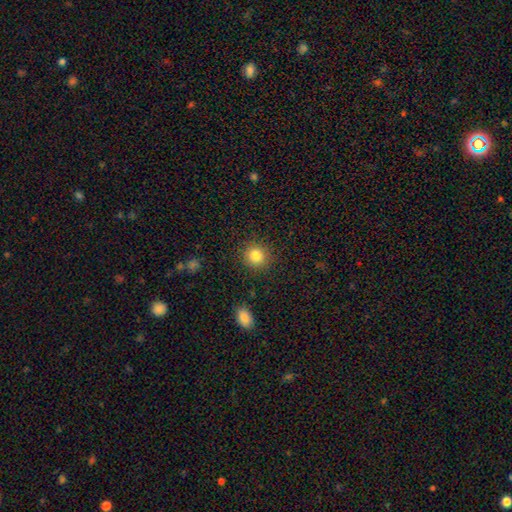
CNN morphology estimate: A smooth galaxy with no disk features (84%) that is round (91%).

Vote fractions:
- Smooth or featured? smooth: 84% / star or artifact: 11% / featured or disk: 6%
- How rounded? round: 91% / in between: 8% / cigar-shaped: 1%
- Merging? none: 89% / minor disturbance: 7% / major disturbance: 3% / merger: 1%